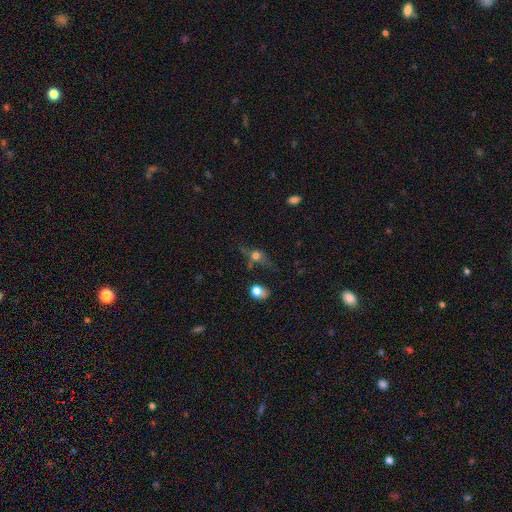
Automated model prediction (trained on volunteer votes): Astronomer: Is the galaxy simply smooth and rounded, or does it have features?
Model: smooth — 48% (runner-up: featured or disk, 35%).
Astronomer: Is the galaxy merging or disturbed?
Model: none — 52%.